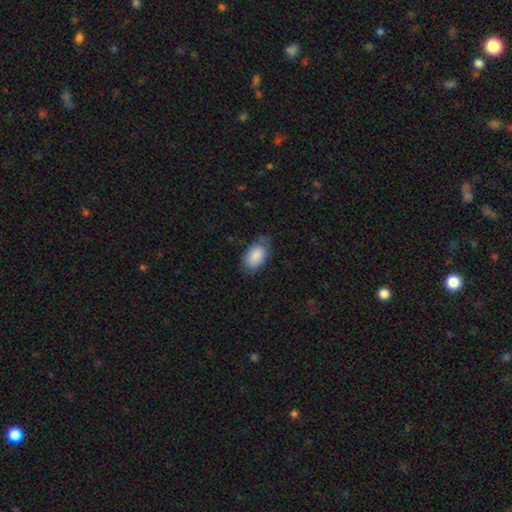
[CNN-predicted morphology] Smooth or featured?
  - smooth: 87% *
  - featured or disk: 7%
  - star or artifact: 6%
How rounded?
  - in between: 94% *
  - round: 4%
  - cigar-shaped: 2%
Merging?
  - none: 70% *
  - minor disturbance: 23%
  - major disturbance: 6%
  - merger: 1%